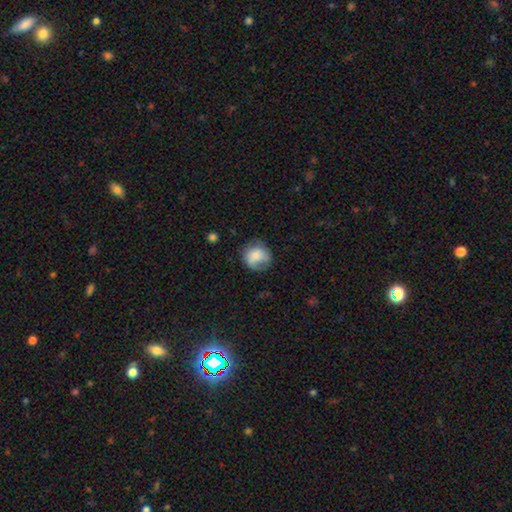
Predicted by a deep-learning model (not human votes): Morphology: type=smooth (66%); roundness=round (79%); merging=none (61%).